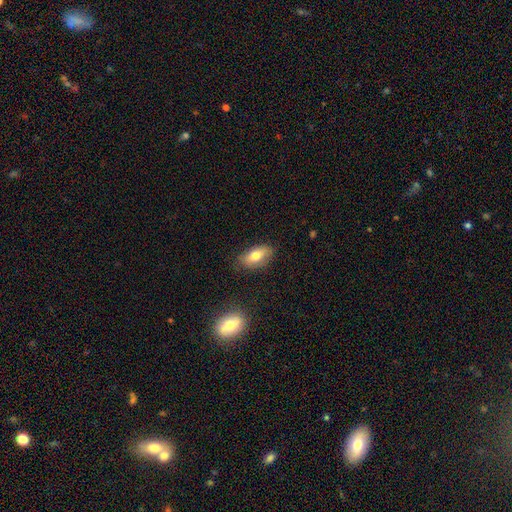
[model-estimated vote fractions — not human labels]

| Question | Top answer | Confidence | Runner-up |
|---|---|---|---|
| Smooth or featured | smooth | 73% | featured or disk (19%) |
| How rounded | in between | 88% | cigar-shaped (7%) |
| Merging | none | 80% | minor disturbance (15%) |